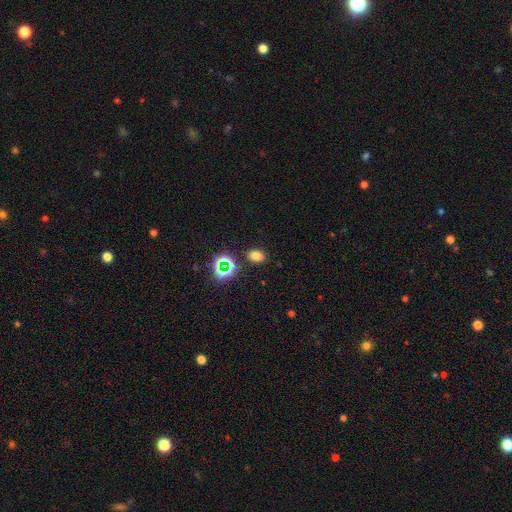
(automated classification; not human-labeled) This appears to be a smooth galaxy with no disk features (70%) that is in between round and cigar-shaped (68%). Merging: none (85%).